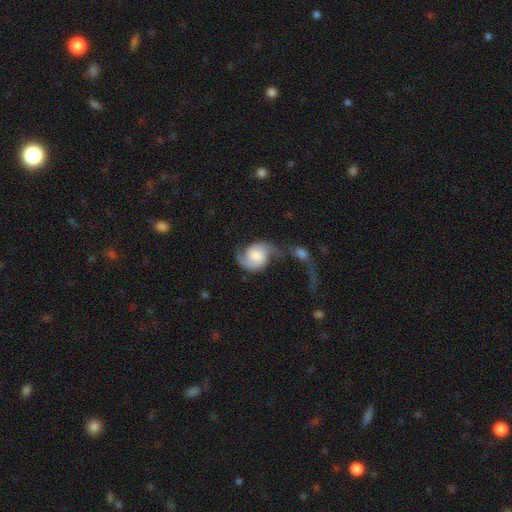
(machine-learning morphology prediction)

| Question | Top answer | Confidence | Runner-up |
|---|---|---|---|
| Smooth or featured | featured or disk | 83% | smooth (12%) |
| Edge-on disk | no | 98% | yes (2%) |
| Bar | no | 60% | weak (33%) |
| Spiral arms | yes | 96% | no (4%) |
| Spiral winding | medium | 43% | loose (37%) |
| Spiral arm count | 2 | 90% | 1 (4%) |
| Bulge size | moderate | 31% | large (28%) |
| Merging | none | 41% | merger (23%) |